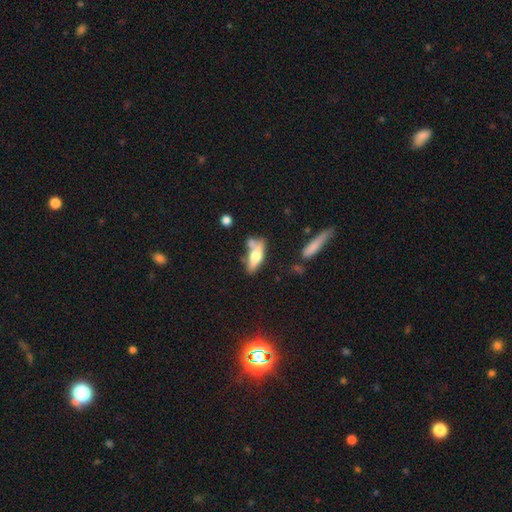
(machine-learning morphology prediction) Smooth or featured? Predicted: smooth (p=0.53). How rounded? Predicted: cigar-shaped (p=0.49). Merging? Predicted: none (p=0.51).